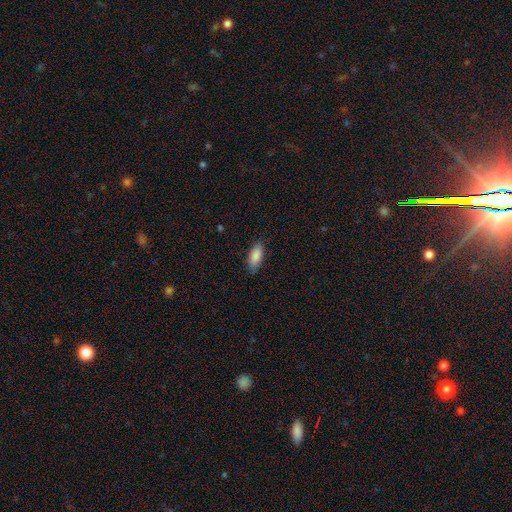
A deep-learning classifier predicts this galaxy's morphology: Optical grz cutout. It shows a smooth galaxy with no disk features (89%) that is in between round and cigar-shaped (86%). Merging: none (84%).